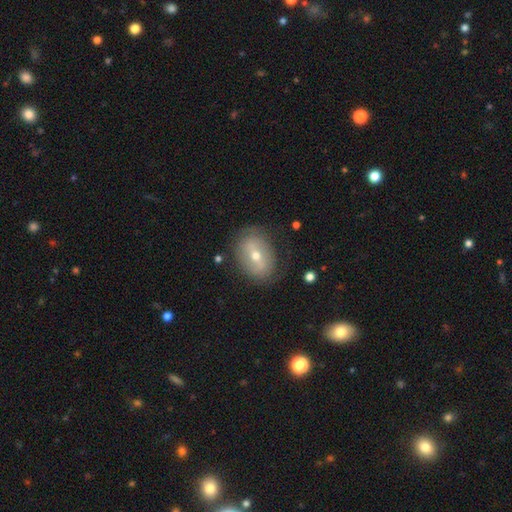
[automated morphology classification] smooth_or_featured: featured or disk (p=0.53) [alt: smooth p=0.38]
disk_edge_on: no (p=0.89) [alt: yes p=0.11]
merging: none (p=0.78) [alt: minor disturbance p=0.15]